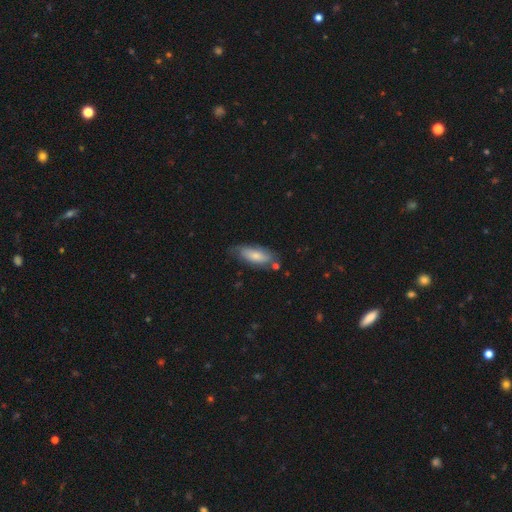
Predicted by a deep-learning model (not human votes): smooth 68%, featured or disk 26%, star or artifact 6%. Down the decision tree: how rounded — in between (76%); merging — none (62%).